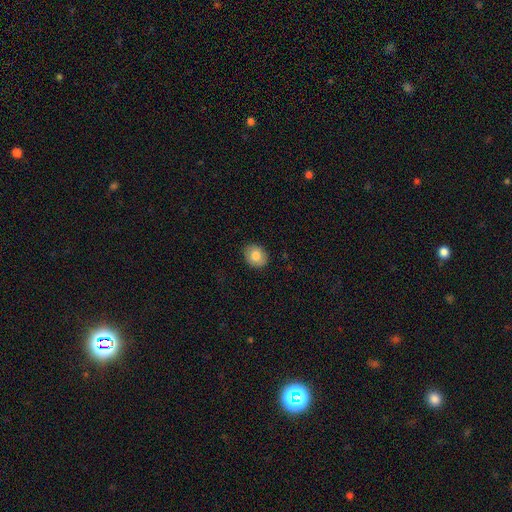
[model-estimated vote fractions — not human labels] The model was most divided on "how rounded": round: 52%, in between: 47%, cigar-shaped: 1%. More confident: merging — none (89%); smooth or featured — smooth (81%).